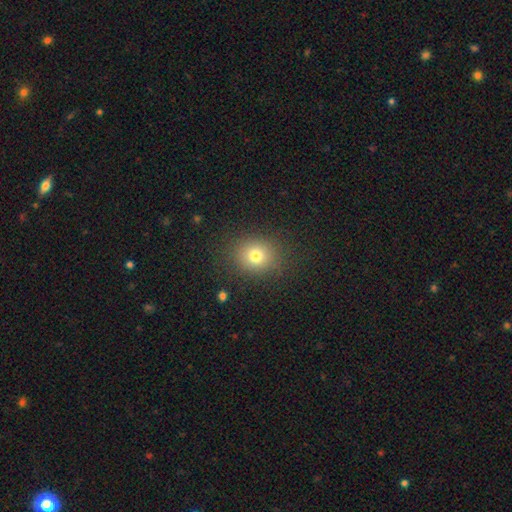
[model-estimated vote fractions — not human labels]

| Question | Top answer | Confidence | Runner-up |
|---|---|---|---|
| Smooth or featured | smooth | 76% | star or artifact (15%) |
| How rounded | round | 74% | in between (25%) |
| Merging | none | 86% | minor disturbance (9%) |